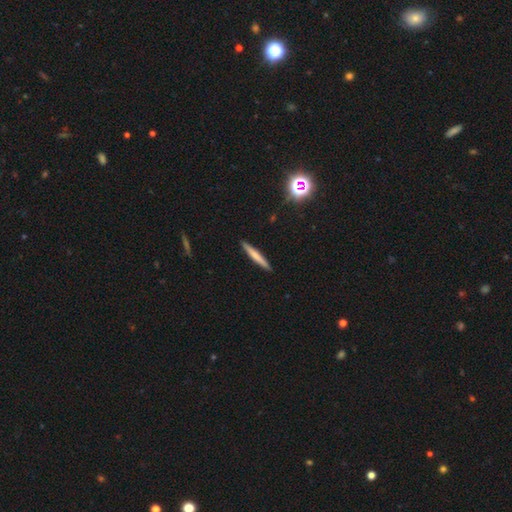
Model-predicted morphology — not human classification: Q: Smooth or featured?
A: smooth (60%); runner-up: featured or disk (34%)
Q: How rounded?
A: cigar-shaped (95%); runner-up: in between (3%)
Q: Merging?
A: none (92%); runner-up: minor disturbance (6%)